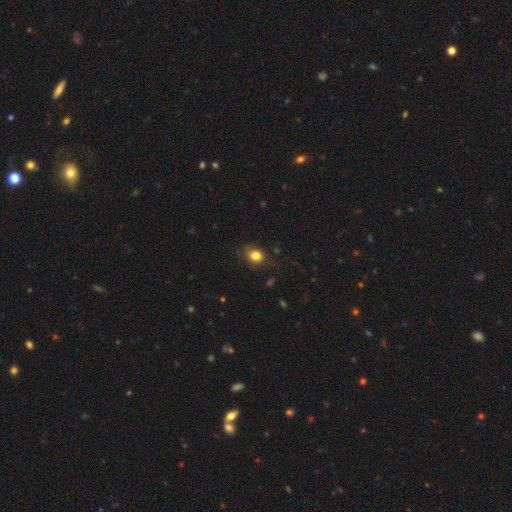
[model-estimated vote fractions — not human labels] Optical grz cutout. It shows a smooth galaxy with no disk features (82%) that is round (61%). Merging: none (76%).